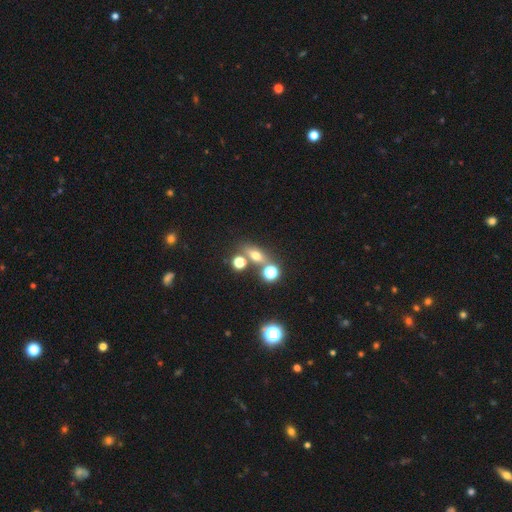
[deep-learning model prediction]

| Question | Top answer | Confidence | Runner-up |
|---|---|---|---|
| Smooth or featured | smooth | 54% | star or artifact (23%) |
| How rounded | in between | 53% | round (30%) |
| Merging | none | 63% | merger (20%) |